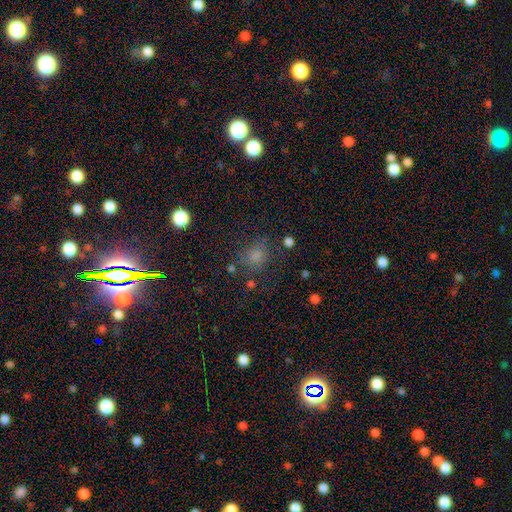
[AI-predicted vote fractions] The model was most divided on "how rounded": round: 70%, in between: 29%, cigar-shaped: 1%. More confident: merging — none (71%); smooth or featured — smooth (71%).